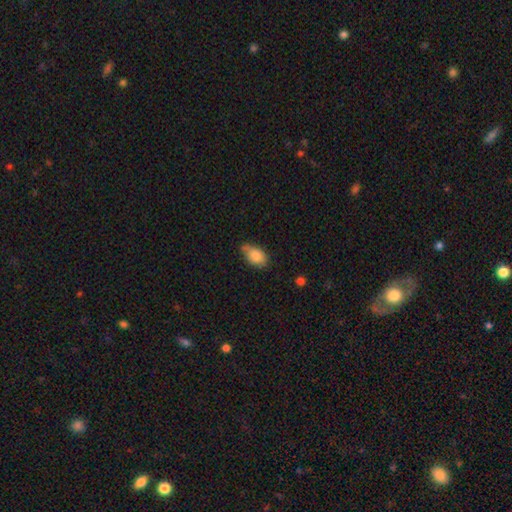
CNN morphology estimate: Smooth or featured?
  - smooth: 83% *
  - featured or disk: 9%
  - star or artifact: 8%
How rounded?
  - in between: 89% *
  - round: 9%
  - cigar-shaped: 2%
Merging?
  - none: 52% *
  - minor disturbance: 34%
  - merger: 7%
  - major disturbance: 7%